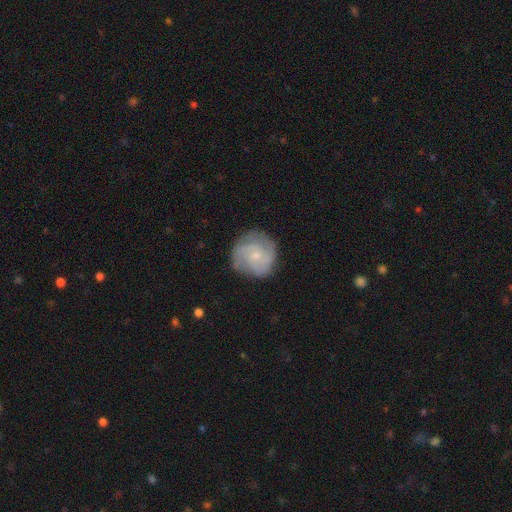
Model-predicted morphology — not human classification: This is likely a featured or disk galaxy (68%). It is clearly not viewed edge-on (98%). Bar: likely no (73%). Spiral arm pattern: clearly yes (91%). Spiral arm count: marginally 3 (33%). Spiral winding: possibly tight (47%). Central bulge: likely small (74%). Merging: likely none (74%).